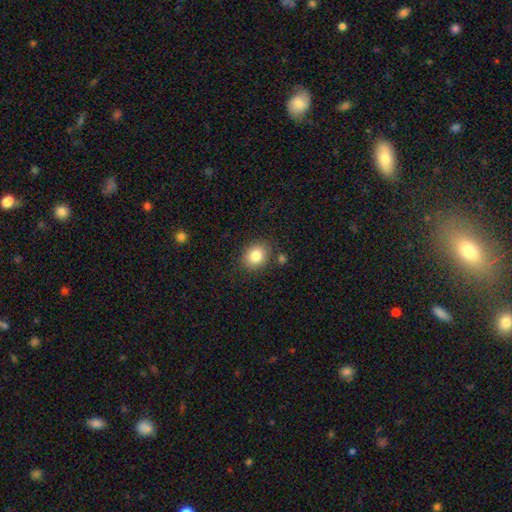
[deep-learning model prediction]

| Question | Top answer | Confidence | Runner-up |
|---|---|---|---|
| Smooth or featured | smooth | 84% | star or artifact (9%) |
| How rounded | round | 53% | in between (47%) |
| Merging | none | 81% | minor disturbance (11%) |